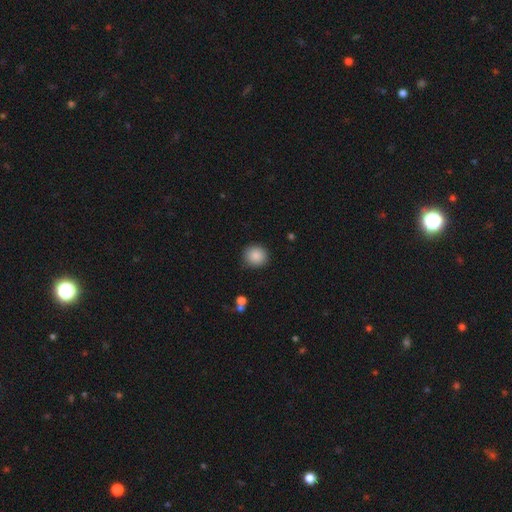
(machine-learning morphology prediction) smooth-or-featured: smooth: 87% | star or artifact: 9% | featured or disk: 4%
  how-rounded: round: 89% | in between: 10% | cigar-shaped: 1%
  merging: none: 88% | minor disturbance: 8% | major disturbance: 2% | merger: 1%